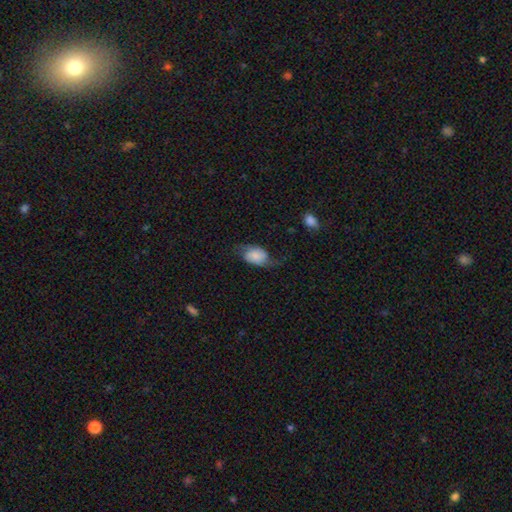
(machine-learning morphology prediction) smooth-or-featured: smooth: 56% | featured or disk: 36% | star or artifact: 8%
  how-rounded: in between: 79% | round: 19% | cigar-shaped: 2%
  merging: none: 52% | minor disturbance: 28% | major disturbance: 18% | merger: 2%